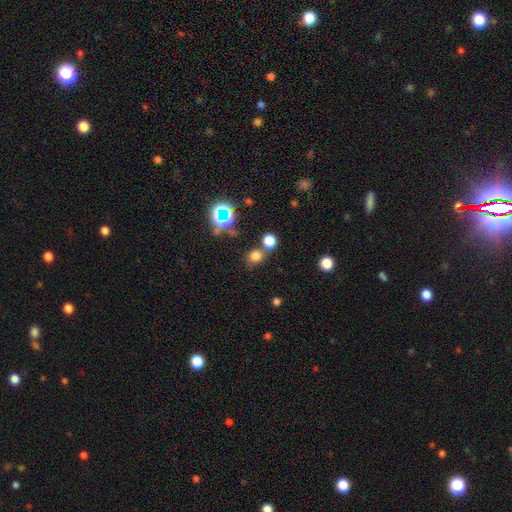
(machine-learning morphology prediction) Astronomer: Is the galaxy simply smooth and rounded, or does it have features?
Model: smooth — 71%.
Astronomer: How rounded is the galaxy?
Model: round — 78%.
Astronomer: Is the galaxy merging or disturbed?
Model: none — 66%.